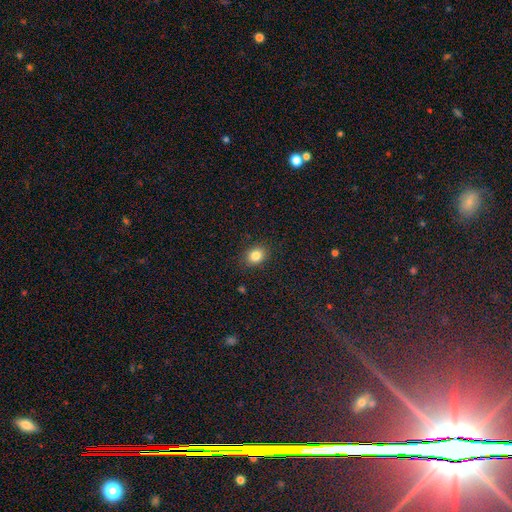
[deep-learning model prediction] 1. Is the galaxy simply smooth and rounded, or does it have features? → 84% smooth, 11% star or artifact, 6% featured or disk.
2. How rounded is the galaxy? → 57% round, 42% in between, 1% cigar-shaped.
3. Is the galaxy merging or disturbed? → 88% none, 9% minor disturbance, 2% major disturbance, 1% merger.